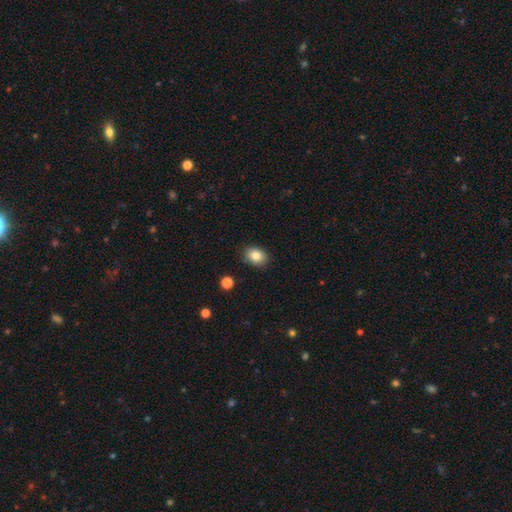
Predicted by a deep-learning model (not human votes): smooth 84%, star or artifact 9%, featured or disk 7%. Down the decision tree: how rounded — in between (66%); merging — none (87%).